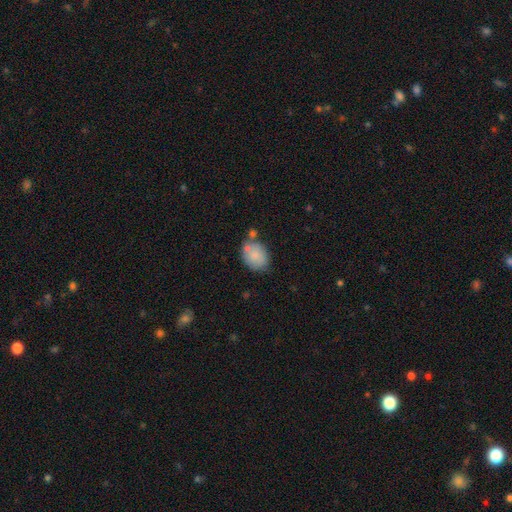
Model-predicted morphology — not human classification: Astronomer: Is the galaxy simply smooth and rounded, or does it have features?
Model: smooth — 82%.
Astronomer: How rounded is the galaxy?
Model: in between — 57% (runner-up: round, 42%).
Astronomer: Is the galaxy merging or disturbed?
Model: none — 58%.